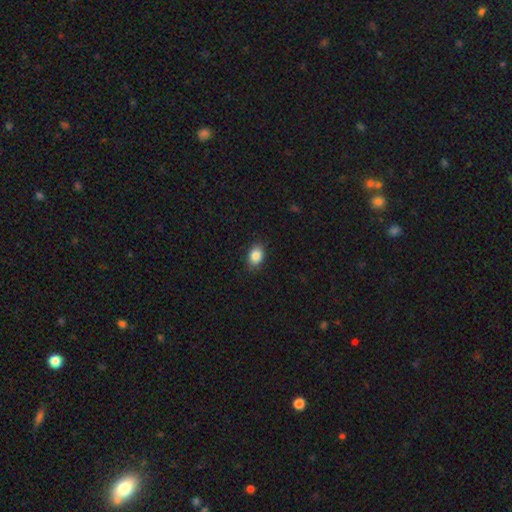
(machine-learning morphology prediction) Q: Smooth or featured?
A: smooth (87%); runner-up: star or artifact (9%)
Q: How rounded?
A: in between (76%); runner-up: round (23%)
Q: Merging?
A: none (86%); runner-up: minor disturbance (10%)